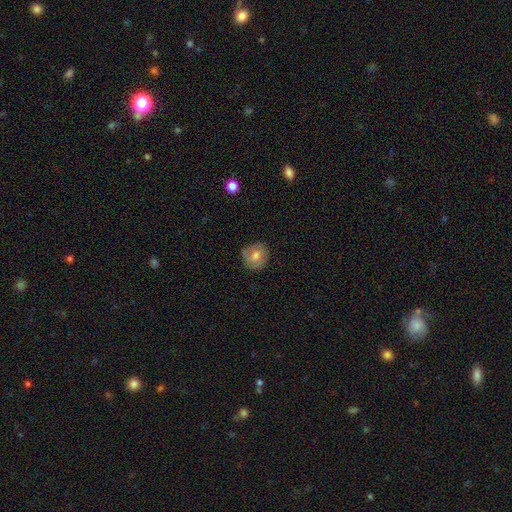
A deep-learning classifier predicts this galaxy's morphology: A smooth galaxy with no disk features (64%) that is round (86%).

Vote fractions:
- Smooth or featured? smooth: 64% / featured or disk: 28% / star or artifact: 8%
- How rounded? round: 86% / in between: 13% / cigar-shaped: 1%
- Merging? none: 78% / minor disturbance: 17% / major disturbance: 4% / merger: 1%